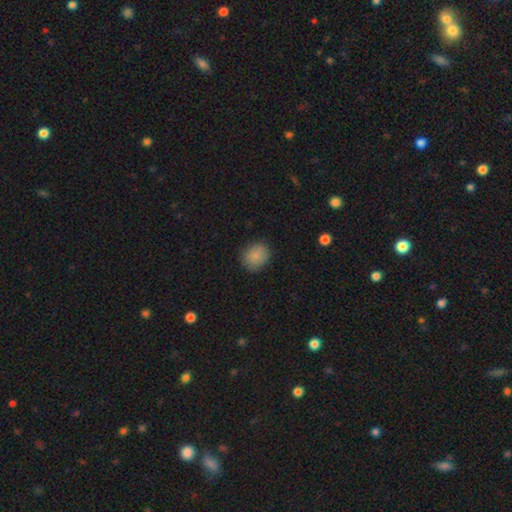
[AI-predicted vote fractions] Overall: smooth (85%). How rounded: round (68%; in between 31%). Merging: none (84%).